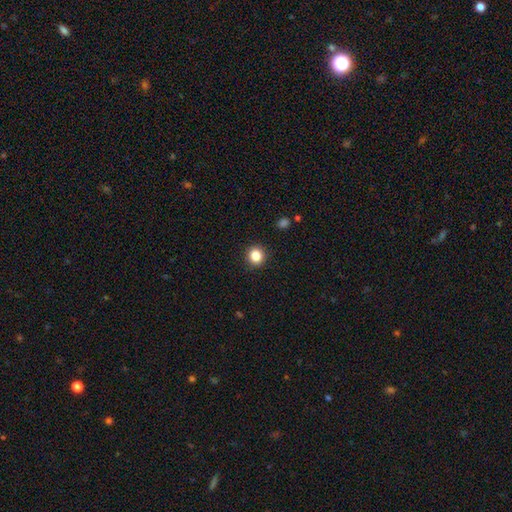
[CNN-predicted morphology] smooth 85%, star or artifact 11%, featured or disk 4%. Down the decision tree: how rounded — round (89%); merging — none (92%).